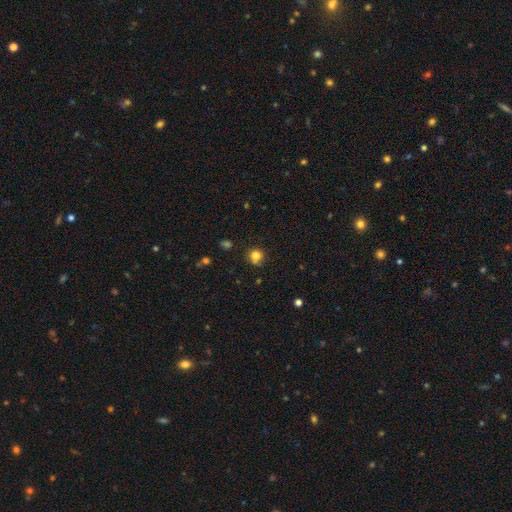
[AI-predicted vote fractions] The model was most divided on "merging": none: 67%, minor disturbance: 16%, merger: 11%, major disturbance: 5%. More confident: how rounded — round (87%); smooth or featured — smooth (79%).